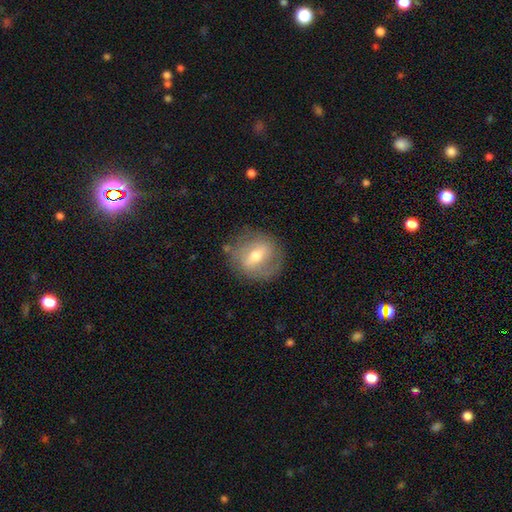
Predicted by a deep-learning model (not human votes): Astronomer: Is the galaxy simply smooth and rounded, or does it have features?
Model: featured or disk — 54% (runner-up: smooth, 38%).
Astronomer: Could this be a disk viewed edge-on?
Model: no — 91%.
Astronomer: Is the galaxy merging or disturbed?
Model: none — 77%.